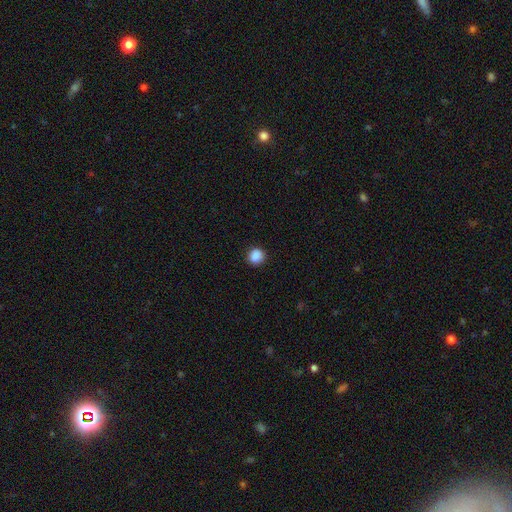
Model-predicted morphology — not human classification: Q: Smooth or featured?
A: smooth (88%); runner-up: star or artifact (9%)
Q: How rounded?
A: round (85%); runner-up: in between (14%)
Q: Merging?
A: none (89%); runner-up: minor disturbance (8%)